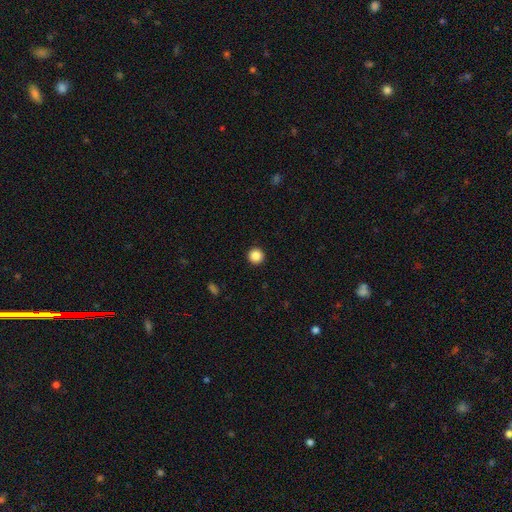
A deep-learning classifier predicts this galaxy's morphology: Q: Smooth or featured?
A: smooth (86%); runner-up: star or artifact (10%)
Q: How rounded?
A: round (96%); runner-up: in between (3%)
Q: Merging?
A: none (94%); runner-up: minor disturbance (4%)